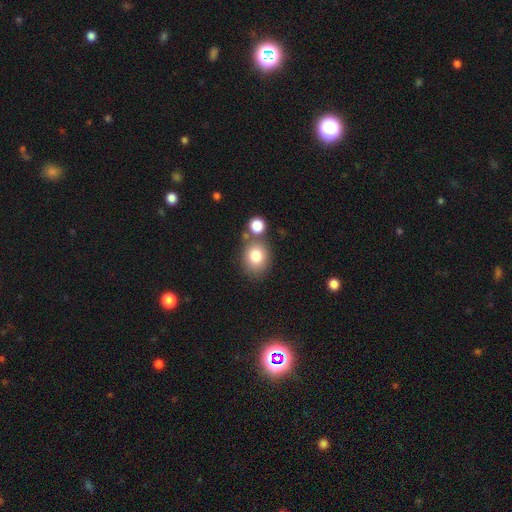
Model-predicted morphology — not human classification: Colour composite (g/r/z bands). It shows a smooth galaxy with no disk features (80%) that is round (59%). Merging: none (64%).